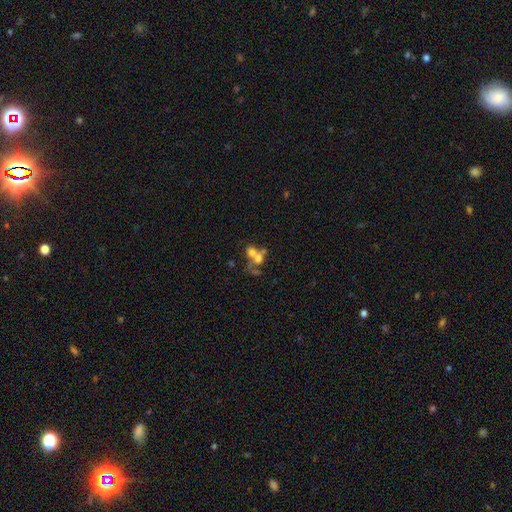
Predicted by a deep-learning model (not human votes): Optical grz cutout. It shows a smooth galaxy with no disk features (51%) that is round (60%). Merging: merger (61%).